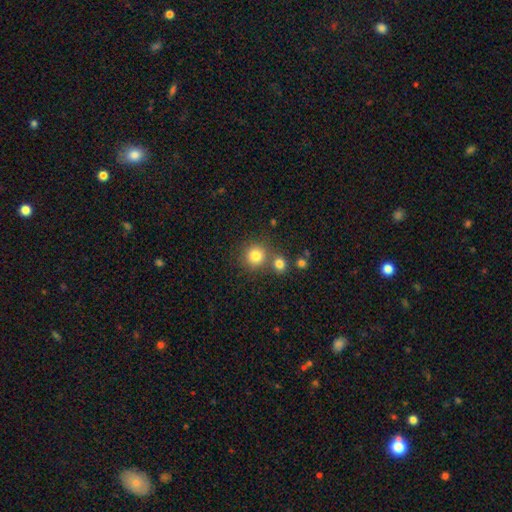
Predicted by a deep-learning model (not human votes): A smooth galaxy with no disk features (81%) that is round (92%).

Vote fractions:
- Smooth or featured? smooth: 81% / star or artifact: 12% / featured or disk: 7%
- How rounded? round: 92% / in between: 7% / cigar-shaped: 1%
- Merging? none: 70% / merger: 19% / minor disturbance: 8% / major disturbance: 3%